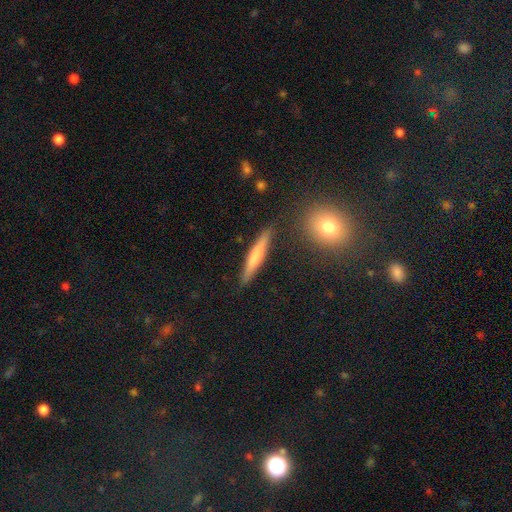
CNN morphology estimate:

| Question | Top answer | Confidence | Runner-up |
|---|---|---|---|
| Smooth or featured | smooth | 58% | featured or disk (35%) |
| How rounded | cigar-shaped | 92% | in between (6%) |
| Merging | none | 86% | minor disturbance (9%) |